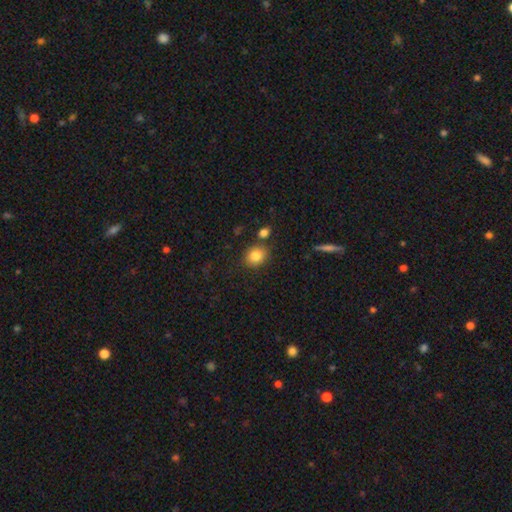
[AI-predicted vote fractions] A smooth galaxy with no disk features (83%) that is round (62%). Merging: none (80%).